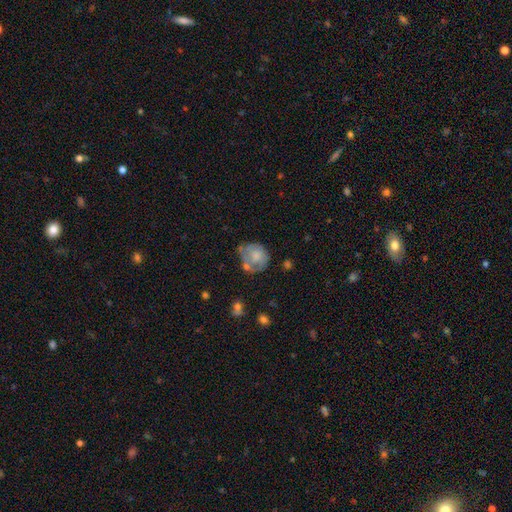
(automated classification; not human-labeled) Smooth or featured?
  - smooth: 52% *
  - featured or disk: 40%
  - star or artifact: 8%
How rounded?
  - round: 69% *
  - in between: 30%
  - cigar-shaped: 1%
Merging?
  - none: 38% *
  - minor disturbance: 30%
  - major disturbance: 18%
  - merger: 13%